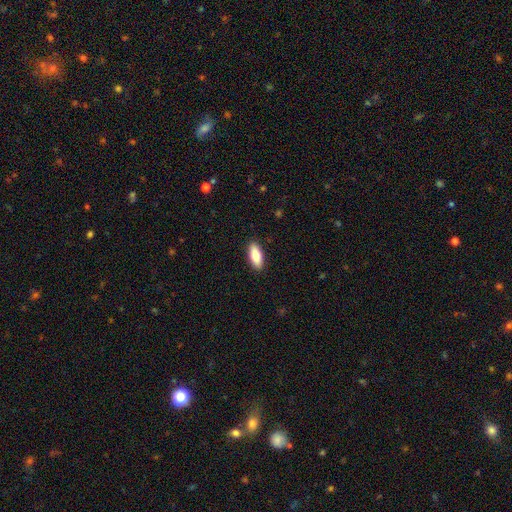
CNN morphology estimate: Overall: smooth (80%). How rounded: in between (79%). Merging: none (90%).